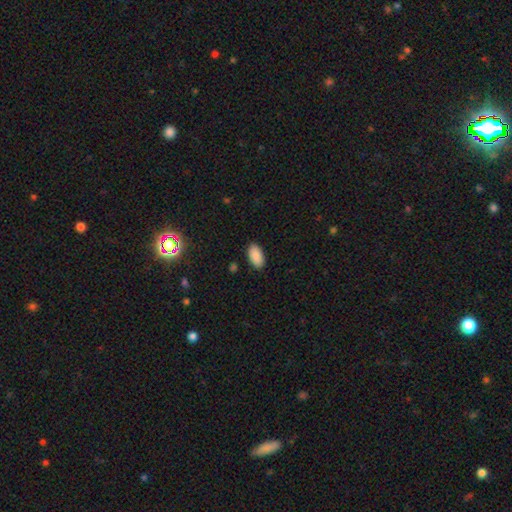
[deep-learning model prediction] smooth 90%, star or artifact 7%, featured or disk 3%. Down the decision tree: how rounded — in between (95%); merging — none (89%).